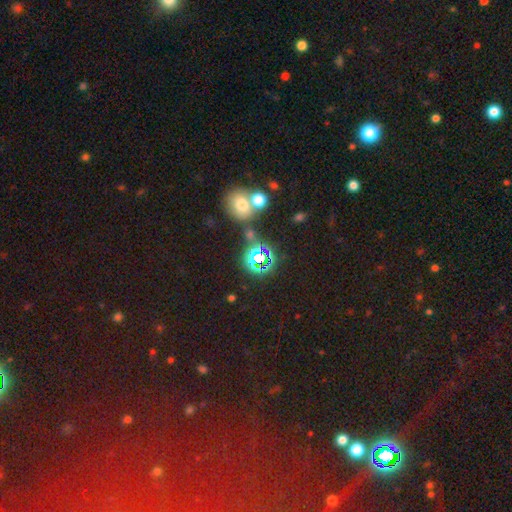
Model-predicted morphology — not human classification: The model was most divided on "smooth or featured": star or artifact: 56%, smooth: 33%, featured or disk: 11%.